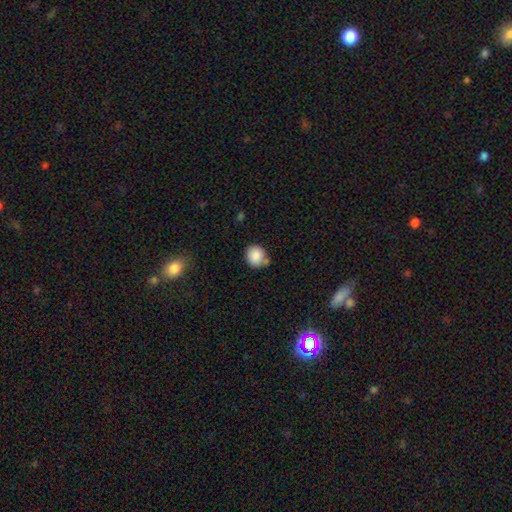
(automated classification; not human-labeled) This appears to be a smooth galaxy with no disk features (86%) that is round (85%). Merging: none (63%).